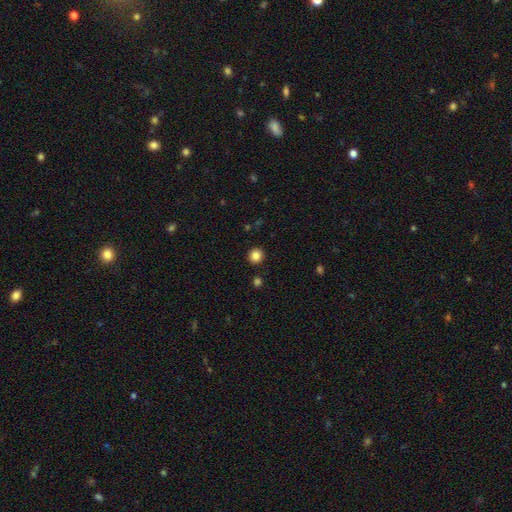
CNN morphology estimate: Smooth or featured? Predicted: smooth (p=0.85). How rounded? Predicted: round (p=0.93). Merging? Predicted: none (p=0.92).